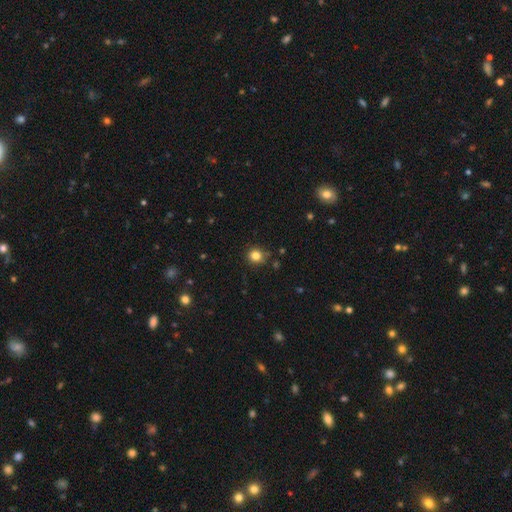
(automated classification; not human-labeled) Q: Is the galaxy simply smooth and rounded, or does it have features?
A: smooth — 82%.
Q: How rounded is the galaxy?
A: round — 90%.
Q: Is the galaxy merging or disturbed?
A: none — 84%.